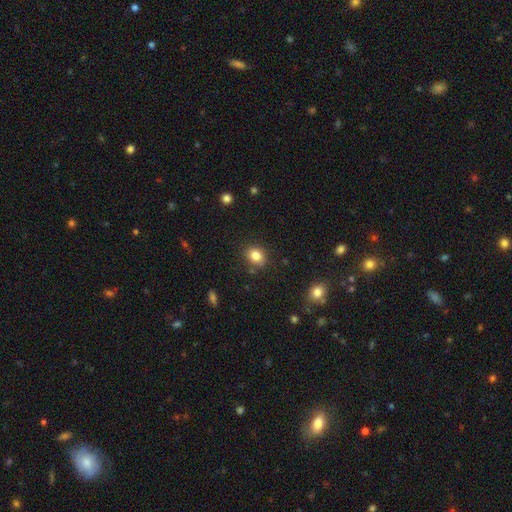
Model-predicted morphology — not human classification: Overall: smooth (82%). How rounded: round (54%; in between 45%). Merging: none (83%).